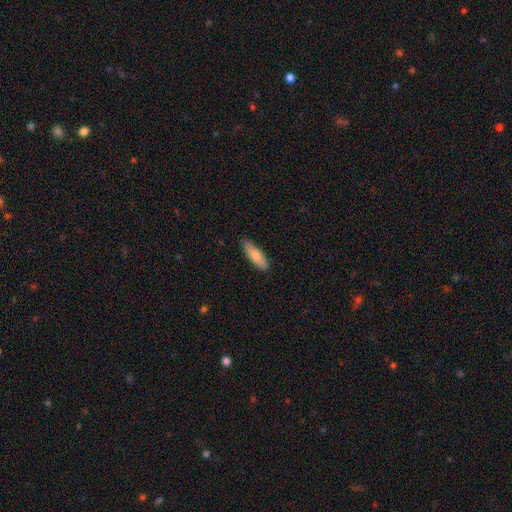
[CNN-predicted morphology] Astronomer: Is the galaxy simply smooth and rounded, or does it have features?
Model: smooth — 79%.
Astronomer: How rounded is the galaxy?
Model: cigar-shaped — 56% (runner-up: in between, 42%).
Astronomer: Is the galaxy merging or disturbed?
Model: none — 87%.